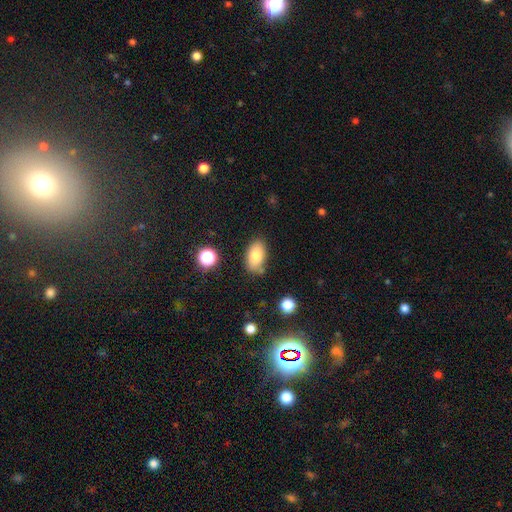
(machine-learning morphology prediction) smooth-or-featured: smooth: 80% | featured or disk: 11% | star or artifact: 9%
  how-rounded: in between: 91% | round: 6% | cigar-shaped: 2%
  merging: none: 75% | minor disturbance: 16% | merger: 5% | major disturbance: 4%